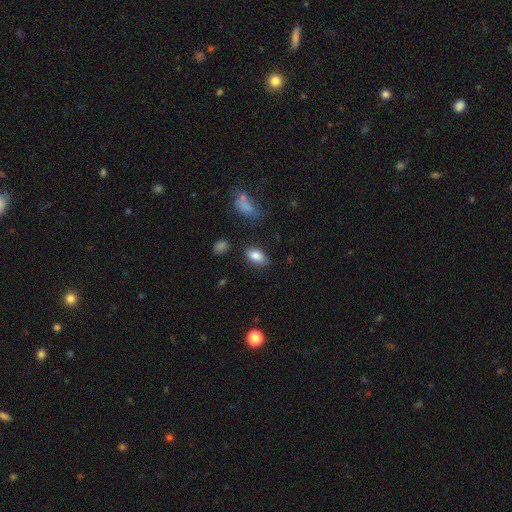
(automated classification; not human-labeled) This appears to be a smooth galaxy with no disk features (83%) that is in between round and cigar-shaped (91%). Merging: none (80%).